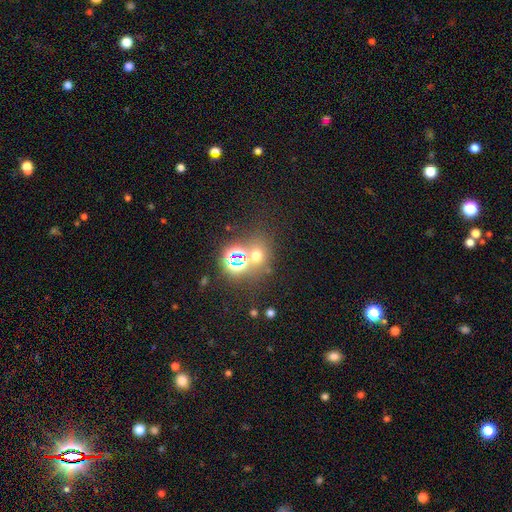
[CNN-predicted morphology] type=smooth (51%); roundness=round (70%); merging=none (63%).